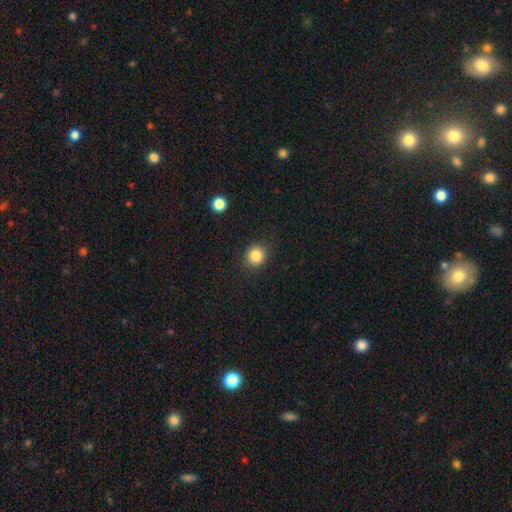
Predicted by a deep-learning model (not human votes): Smooth or featured? smooth (86%)
How rounded? round (85%)
Merging? none (89%)